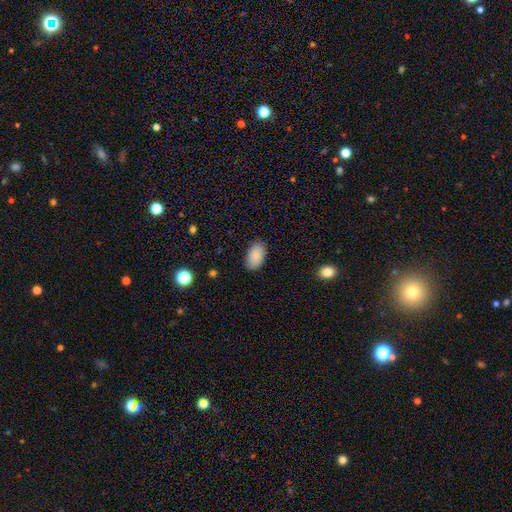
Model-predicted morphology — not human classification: This appears to be a smooth galaxy with no disk features (88%) that is in between round and cigar-shaped (94%). Merging: none (87%).